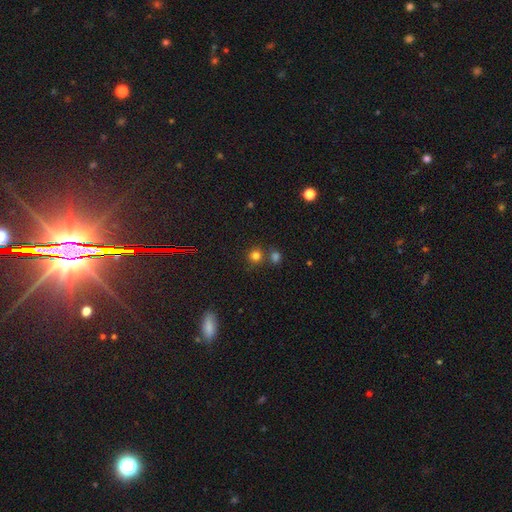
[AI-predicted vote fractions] smooth-or-featured: smooth: 74% | star or artifact: 20% | featured or disk: 7%
  how-rounded: round: 90% | in between: 9% | cigar-shaped: 1%
  merging: none: 68% | merger: 20% | minor disturbance: 9% | major disturbance: 4%